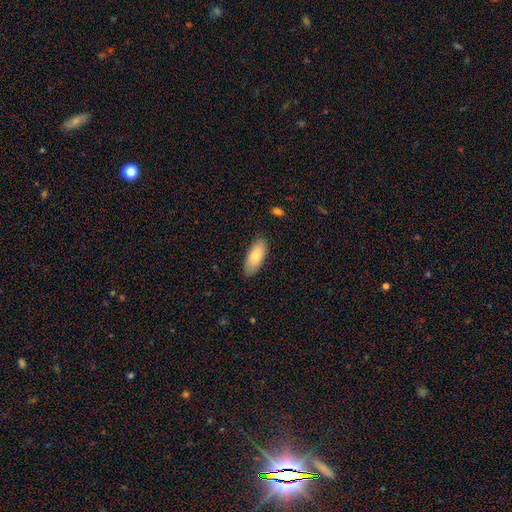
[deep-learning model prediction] The model was most divided on "smooth or featured": smooth: 82%, featured or disk: 13%, star or artifact: 6%. More confident: merging — none (86%); how rounded — in between (84%).